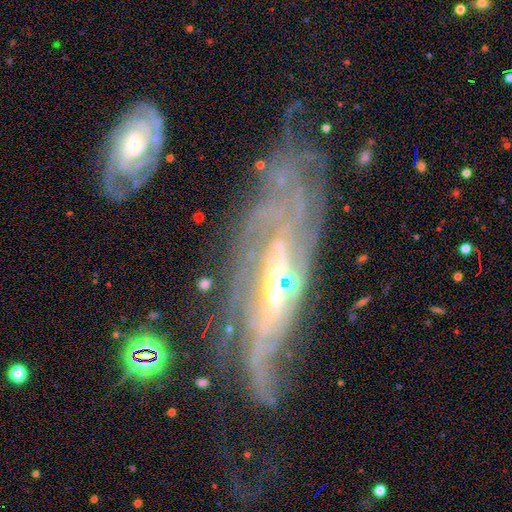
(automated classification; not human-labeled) Smooth or featured? featured or disk (82%)
Edge-on disk? no (74%)
Bar? no (38%)
Spiral arms? yes (86%)
Spiral winding? tight (54%)
Spiral arm count? can't tell (55%)
Bulge size? moderate (44%)
Merging? none (47%)